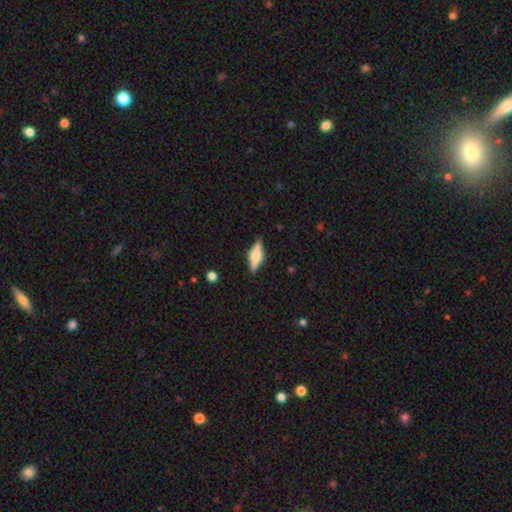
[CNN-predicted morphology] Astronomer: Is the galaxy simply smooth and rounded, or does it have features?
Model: featured or disk — 51% (runner-up: smooth, 42%).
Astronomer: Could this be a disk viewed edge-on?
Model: yes — 95%.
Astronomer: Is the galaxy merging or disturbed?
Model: none — 86%.